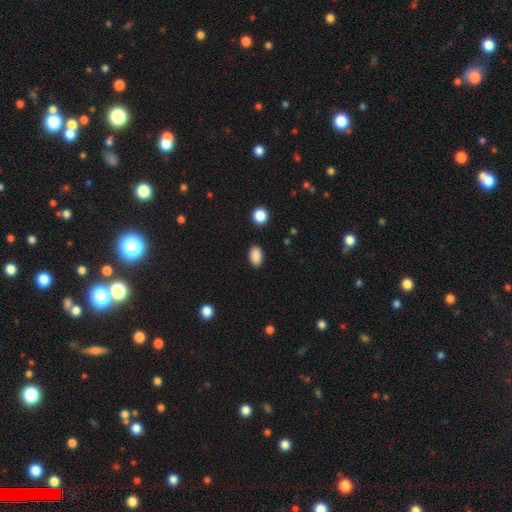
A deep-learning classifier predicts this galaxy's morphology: smooth-or-featured: smooth: 89% | star or artifact: 8% | featured or disk: 3%
  how-rounded: in between: 90% | round: 8% | cigar-shaped: 2%
  merging: none: 89% | minor disturbance: 8% | major disturbance: 2% | merger: 1%